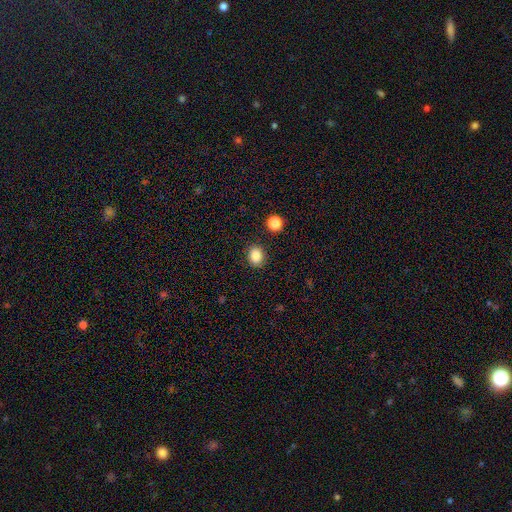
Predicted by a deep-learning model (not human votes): smooth-or-featured: smooth: 85% | star or artifact: 10% | featured or disk: 5%
  how-rounded: round: 56% | in between: 43% | cigar-shaped: 1%
  merging: none: 88% | minor disturbance: 7% | major disturbance: 2% | merger: 2%